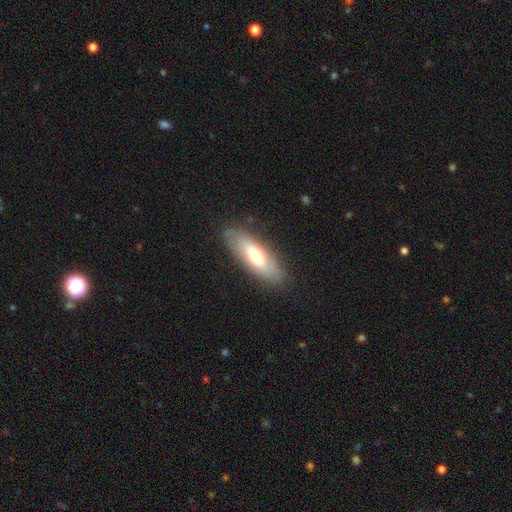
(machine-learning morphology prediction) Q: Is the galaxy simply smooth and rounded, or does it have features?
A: smooth — 55%.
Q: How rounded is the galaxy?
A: in between — 61%.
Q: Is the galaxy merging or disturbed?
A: none — 83%.